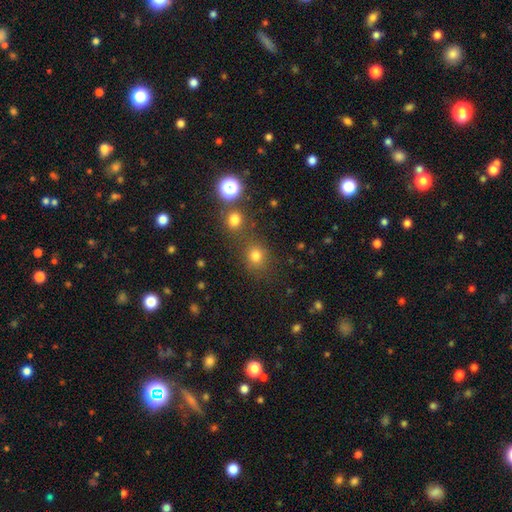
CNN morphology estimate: Smooth or featured? Predicted: smooth (p=0.75). How rounded? Predicted: round (p=0.80). Merging? Predicted: none (p=0.68).